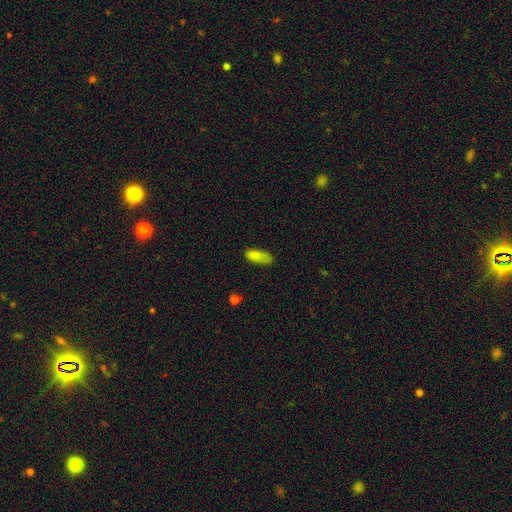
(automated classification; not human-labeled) smooth_or_featured: smooth (p=0.82) [alt: star or artifact p=0.09]
how_rounded: in between (p=0.81) [alt: cigar-shaped p=0.17]
merging: none (p=0.50) [alt: minor disturbance p=0.33]